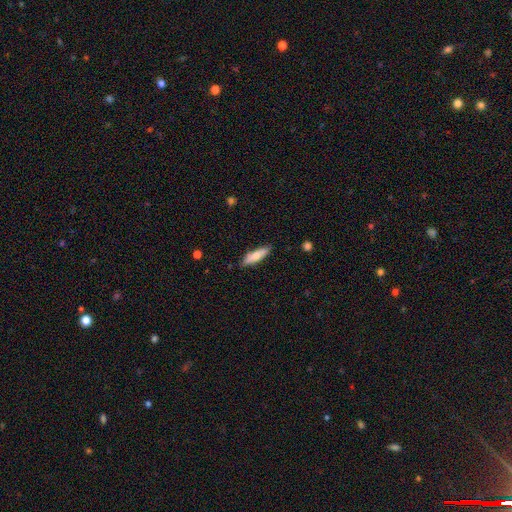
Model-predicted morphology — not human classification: Smooth or featured: smooth — 70% (featured or disk — 24%)
How rounded: cigar-shaped — 64% (in between — 34%)
Merging: none — 83% (minor disturbance — 13%)